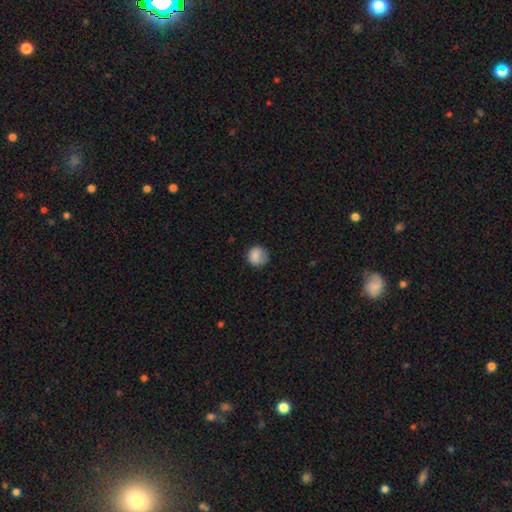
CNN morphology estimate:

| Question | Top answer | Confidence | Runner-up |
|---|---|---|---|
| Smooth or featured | smooth | 85% | star or artifact (9%) |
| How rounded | round | 86% | in between (14%) |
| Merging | none | 74% | minor disturbance (19%) |